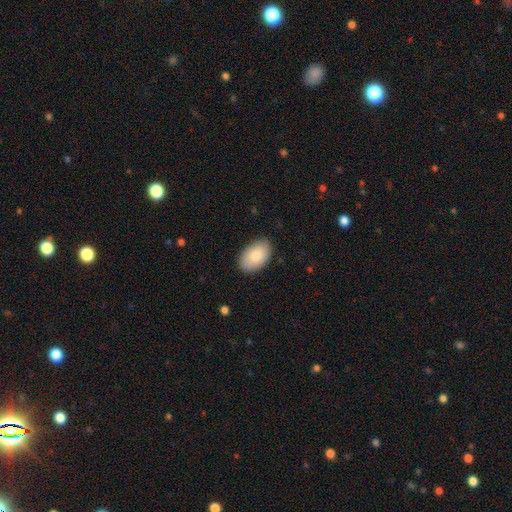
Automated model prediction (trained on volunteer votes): smooth_or_featured: smooth (p=0.83) [alt: featured or disk p=0.11]
how_rounded: in between (p=0.92) [alt: round p=0.07]
merging: none (p=0.85) [alt: minor disturbance p=0.12]